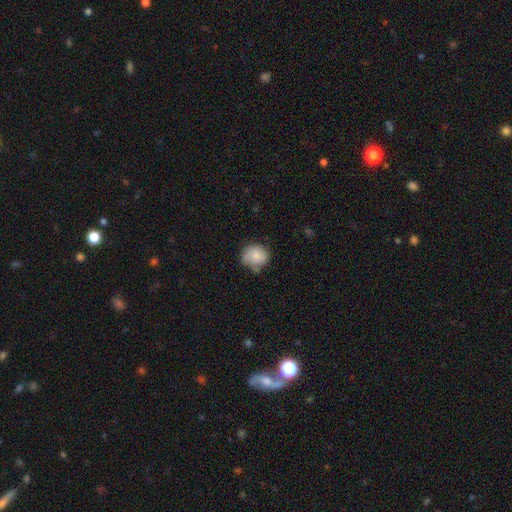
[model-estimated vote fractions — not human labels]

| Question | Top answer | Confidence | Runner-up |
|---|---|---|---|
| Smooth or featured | smooth | 75% | featured or disk (17%) |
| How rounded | round | 77% | in between (22%) |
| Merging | none | 52% | minor disturbance (34%) |